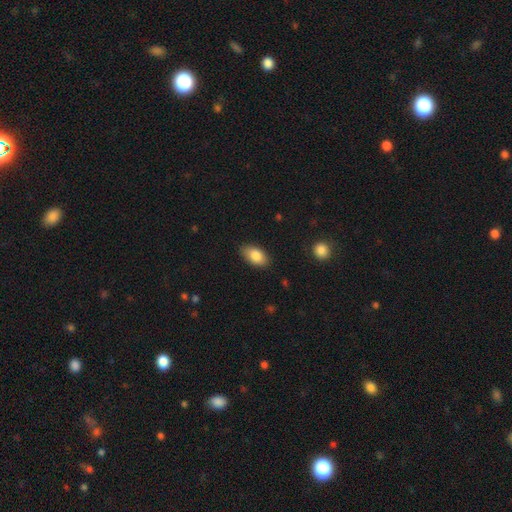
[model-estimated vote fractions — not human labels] The model was most divided on "merging": none: 85%, minor disturbance: 12%, major disturbance: 3%, merger: 1%. More confident: how rounded — in between (92%); smooth or featured — smooth (86%).